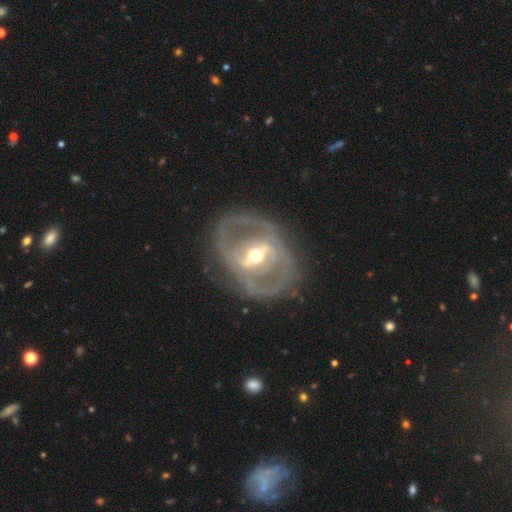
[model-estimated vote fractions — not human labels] A featured or disk galaxy (84%) with a strong bar (58%), spiral arms (61%) and a moderate central bulge (67%). Merging: none (72%).